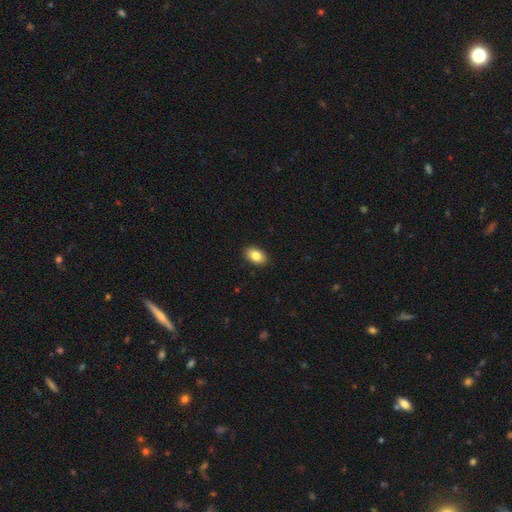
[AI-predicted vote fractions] smooth_or_featured: smooth (p=0.84) [alt: featured or disk p=0.09]
how_rounded: in between (p=0.89) [alt: round p=0.09]
merging: none (p=0.90) [alt: minor disturbance p=0.07]